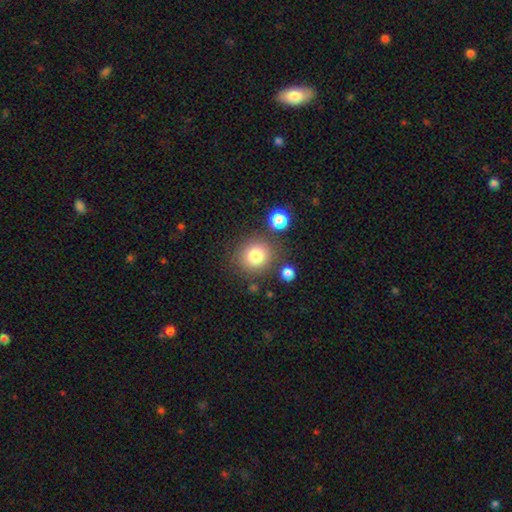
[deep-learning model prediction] smooth 80%, star or artifact 12%, featured or disk 8%. Down the decision tree: how rounded — round (89%); merging — none (78%).